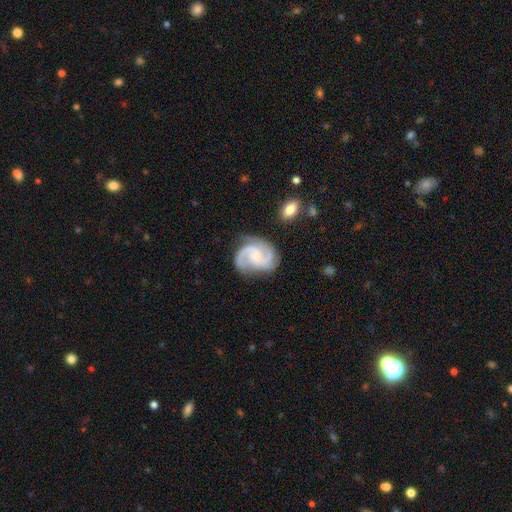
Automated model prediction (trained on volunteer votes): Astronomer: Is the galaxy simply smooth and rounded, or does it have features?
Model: featured or disk — 90%.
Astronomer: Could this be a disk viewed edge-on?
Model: no — 98%.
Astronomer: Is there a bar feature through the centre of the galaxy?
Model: no — 59%.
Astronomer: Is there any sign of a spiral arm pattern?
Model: yes — 98%.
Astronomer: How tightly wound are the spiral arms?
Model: medium — 54% (runner-up: tight, 34%).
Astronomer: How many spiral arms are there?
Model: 2 — 65%.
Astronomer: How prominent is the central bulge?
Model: small — 54%.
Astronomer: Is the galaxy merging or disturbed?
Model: none — 74%.